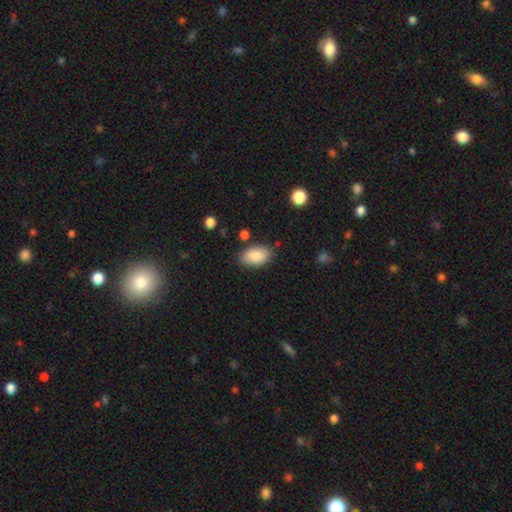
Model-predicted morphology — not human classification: Q: Smooth or featured?
A: smooth (88%); runner-up: star or artifact (7%)
Q: How rounded?
A: in between (94%); runner-up: round (4%)
Q: Merging?
A: none (81%); runner-up: minor disturbance (13%)